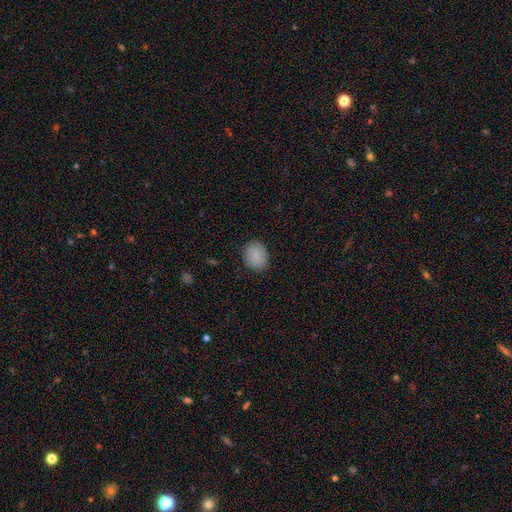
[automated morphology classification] smooth 87%, star or artifact 7%, featured or disk 6%. Down the decision tree: how rounded — in between (52%); merging — none (86%).